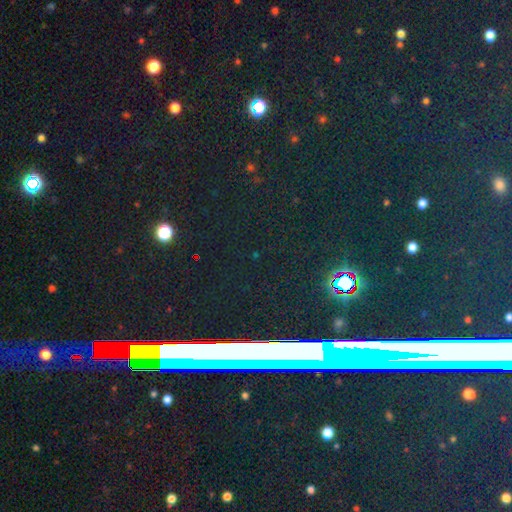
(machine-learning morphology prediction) This appears to be a star or artifact, not a galaxy (75%).